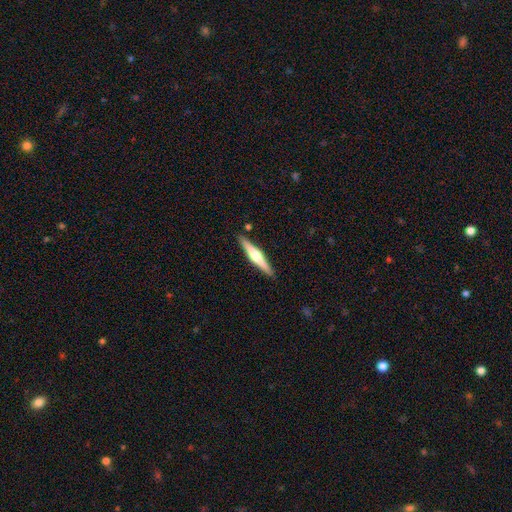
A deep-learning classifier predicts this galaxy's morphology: The model was most divided on "smooth or featured": featured or disk: 63%, smooth: 32%, star or artifact: 5%. More confident: edge-on disk — yes (97%); merging — none (90%); edge-on bulge — rounded (89%).